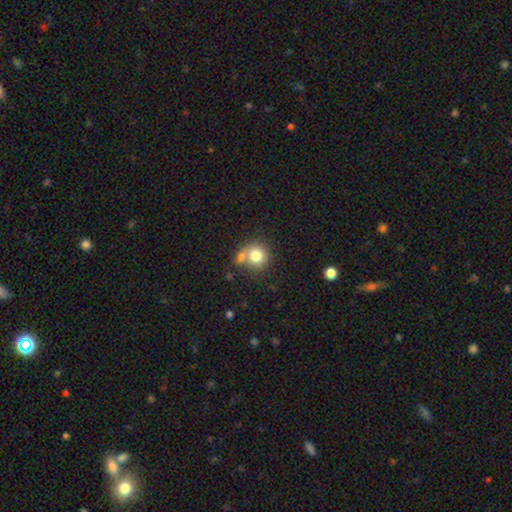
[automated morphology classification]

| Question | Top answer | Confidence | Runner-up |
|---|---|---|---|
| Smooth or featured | smooth | 77% | featured or disk (13%) |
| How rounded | round | 86% | in between (13%) |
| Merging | none | 49% | merger (34%) |